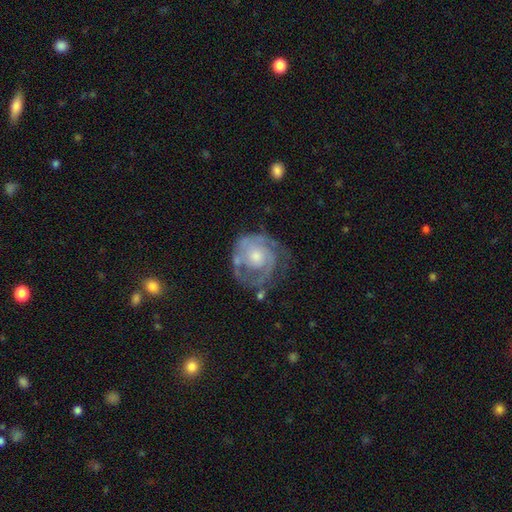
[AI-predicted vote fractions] Smooth or featured?
  - featured or disk: 81% *
  - smooth: 13%
  - star or artifact: 6%
Edge-on disk?
  - no: 98% *
  - yes: 2%
Bar?
  - no: 77% *
  - weak: 20%
  - strong: 4%
Spiral arms?
  - yes: 90% *
  - no: 10%
Spiral winding?
  - tight: 64% *
  - medium: 28%
  - loose: 8%
Spiral arm count?
  - 2: 37% *
  - can't tell: 28%
  - 3: 15%
  - 1: 12%
  - 4: 4%
  - more than 4: 3%
Bulge size?
  - moderate: 51% *
  - small: 38%
  - large: 6%
  - none: 3%
  - dominant: 1%
Merging?
  - none: 62% *
  - minor disturbance: 21%
  - major disturbance: 14%
  - merger: 3%